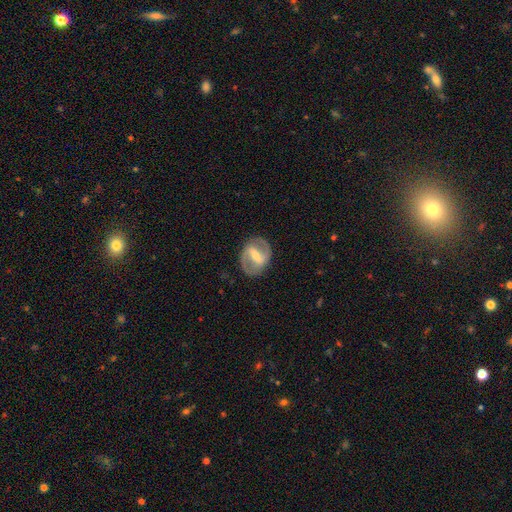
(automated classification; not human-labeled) Smooth or featured?
  - featured or disk: 83% *
  - smooth: 12%
  - star or artifact: 5%
Edge-on disk?
  - no: 96% *
  - yes: 4%
Bar?
  - strong: 56% *
  - weak: 33%
  - no: 10%
Spiral arms?
  - yes: 88% *
  - no: 12%
Spiral winding?
  - medium: 52% *
  - tight: 28%
  - loose: 20%
Spiral arm count?
  - 2: 91% *
  - can't tell: 5%
  - 1: 2%
  - 3: 1%
  - 4: 1%
  - more than 4: 1%
Bulge size?
  - moderate: 50% *
  - small: 45%
  - large: 2%
  - none: 1%
  - dominant: 1%
Merging?
  - none: 85% *
  - minor disturbance: 10%
  - major disturbance: 4%
  - merger: 1%